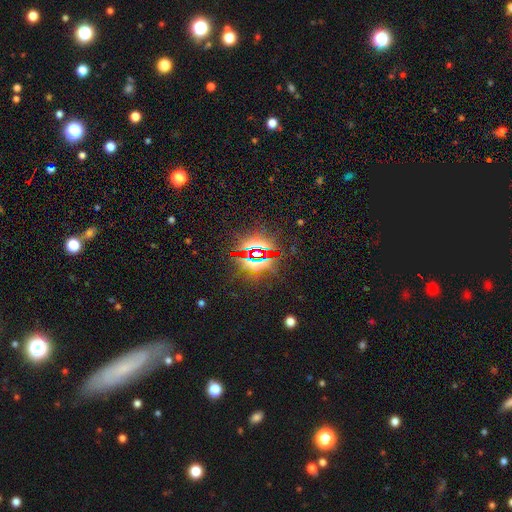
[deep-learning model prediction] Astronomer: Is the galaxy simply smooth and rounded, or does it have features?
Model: star or artifact — 80%.